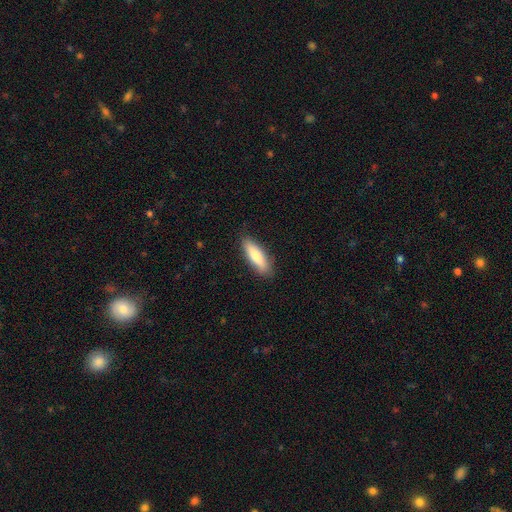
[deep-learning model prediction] Smooth or featured: smooth — 78% (featured or disk — 17%)
How rounded: cigar-shaped — 58% (in between — 41%)
Merging: none — 87% (minor disturbance — 10%)